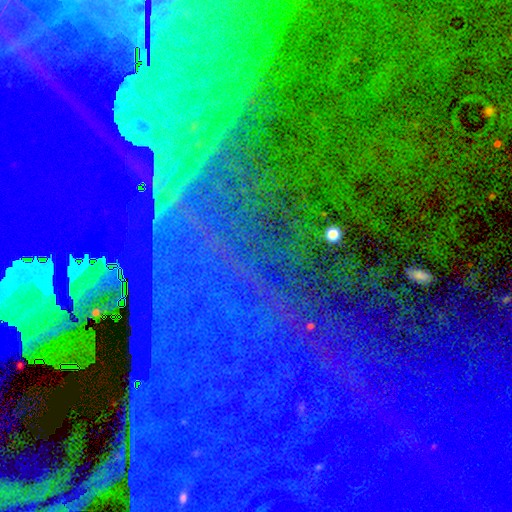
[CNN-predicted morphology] smooth-or-featured: star or artifact: 86% | featured or disk: 8% | smooth: 6%